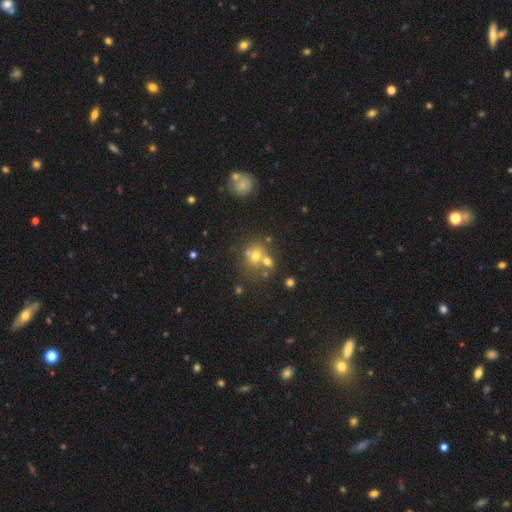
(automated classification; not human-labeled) smooth 59%, featured or disk 21%, star or artifact 20%. Down the decision tree: how rounded — round (71%); merging — merger (44%).